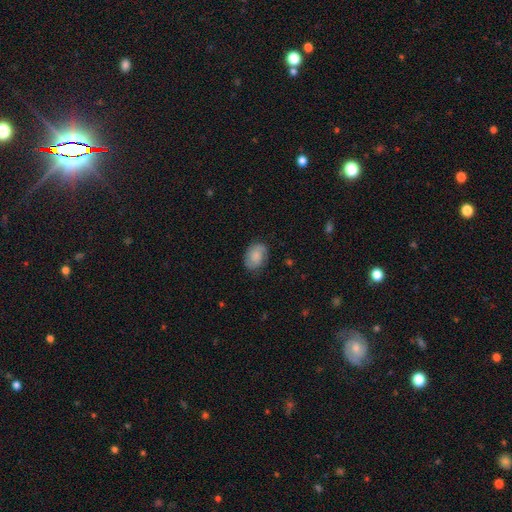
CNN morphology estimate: type=smooth (58%); roundness=in between (75%); merging=none (75%).